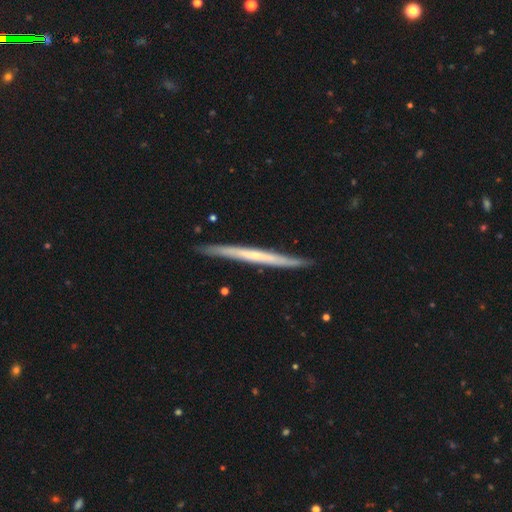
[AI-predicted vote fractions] Smooth or featured? featured or disk (64%)
Edge-on disk? yes (95%)
Edge-on bulge? none (76%)
Merging? none (87%)